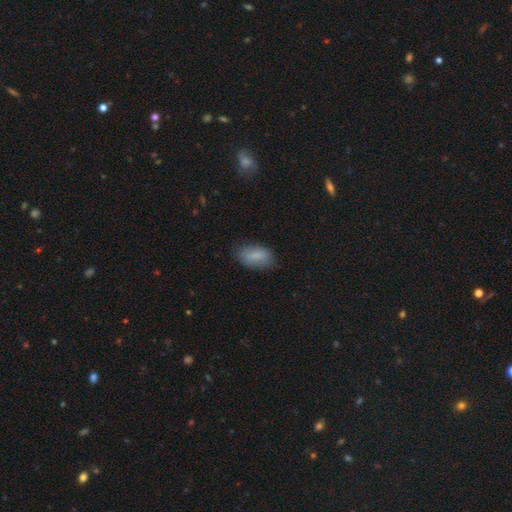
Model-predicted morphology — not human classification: Q: Smooth or featured?
A: smooth (83%); runner-up: featured or disk (10%)
Q: How rounded?
A: in between (92%); runner-up: round (5%)
Q: Merging?
A: none (75%); runner-up: minor disturbance (19%)